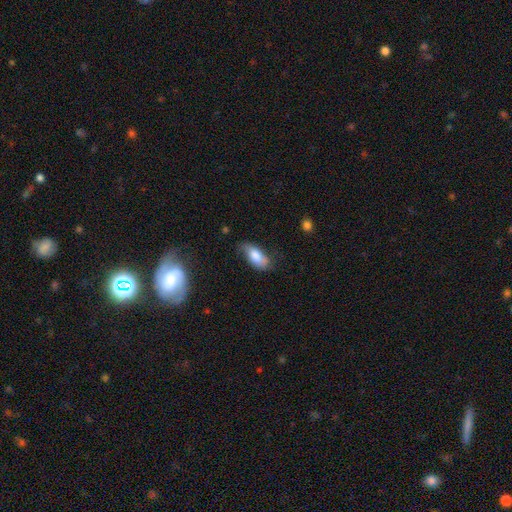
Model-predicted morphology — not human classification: Overall: smooth (76%). How rounded: in between (88%). Merging: none (57%; minor disturbance 32%).